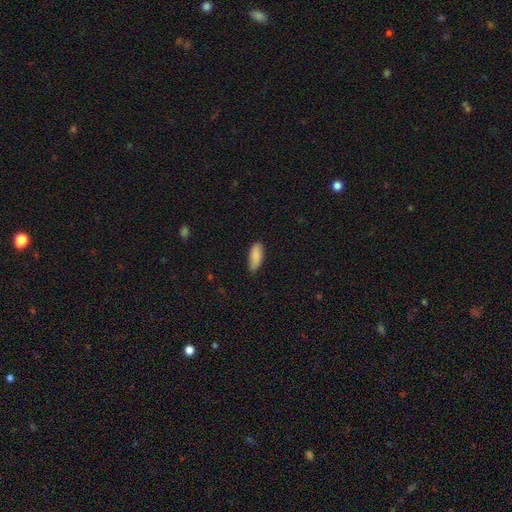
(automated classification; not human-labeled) smooth 88%, star or artifact 6%, featured or disk 6%. Down the decision tree: how rounded — in between (77%); merging — none (78%).